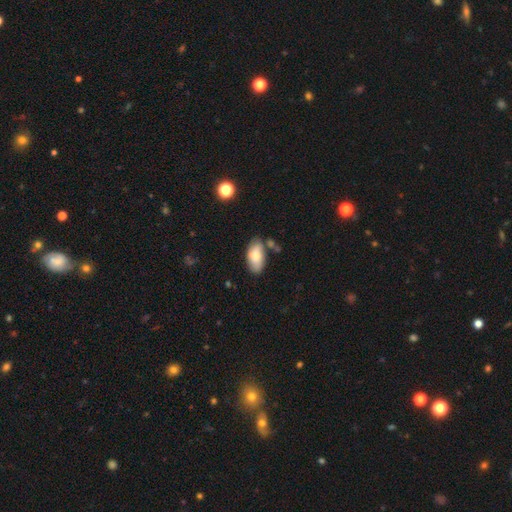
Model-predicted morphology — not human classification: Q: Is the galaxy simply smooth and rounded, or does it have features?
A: smooth — 79%.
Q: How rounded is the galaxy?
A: in between — 94%.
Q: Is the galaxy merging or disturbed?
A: none — 66%.